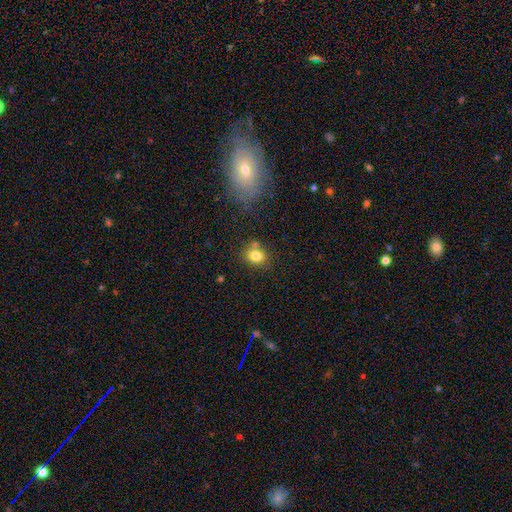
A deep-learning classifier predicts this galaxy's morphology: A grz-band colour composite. It shows a smooth galaxy with no disk features (80%) that is round (62%). Merging: none (67%).